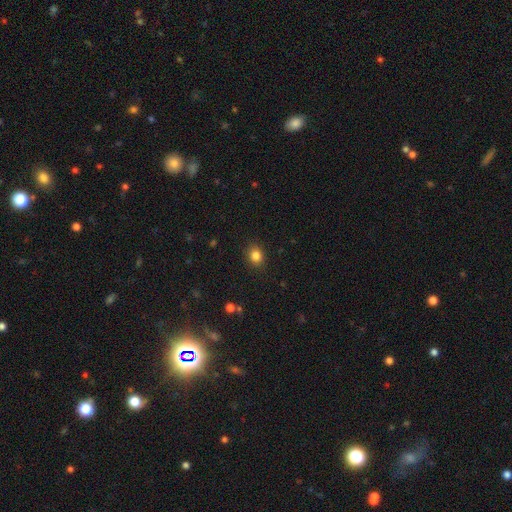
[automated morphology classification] Smooth or featured? Predicted: smooth (p=0.84). How rounded? Predicted: round (p=0.66). Merging? Predicted: none (p=0.88).